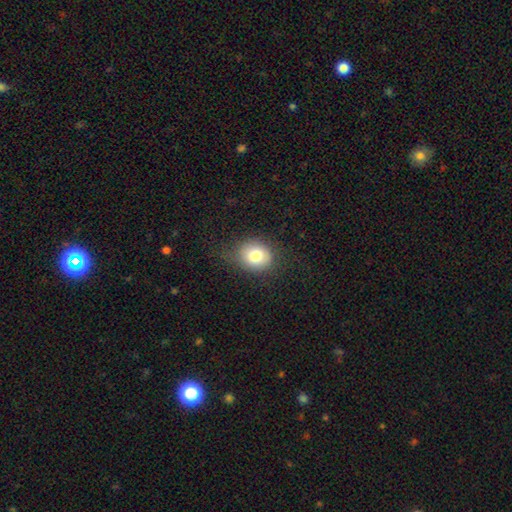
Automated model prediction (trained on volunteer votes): A smooth galaxy with no disk features (79%) that is round (67%).

Vote fractions:
- Smooth or featured? smooth: 79% / featured or disk: 11% / star or artifact: 10%
- How rounded? round: 67% / in between: 32% / cigar-shaped: 1%
- Merging? none: 74% / minor disturbance: 19% / major disturbance: 6% / merger: 1%